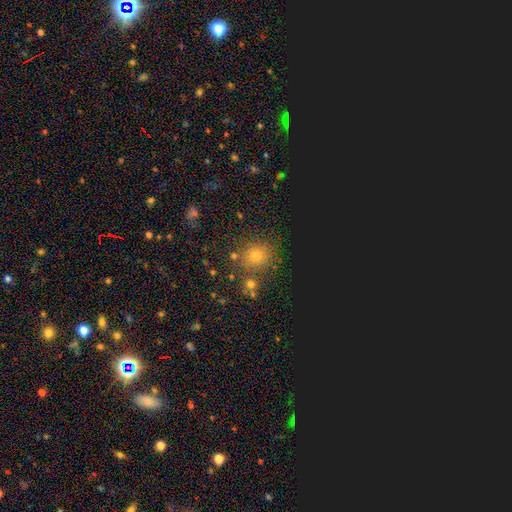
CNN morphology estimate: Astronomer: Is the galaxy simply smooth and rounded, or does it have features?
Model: smooth — 60%.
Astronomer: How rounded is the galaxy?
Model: round — 86%.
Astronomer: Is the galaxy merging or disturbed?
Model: none — 80%.